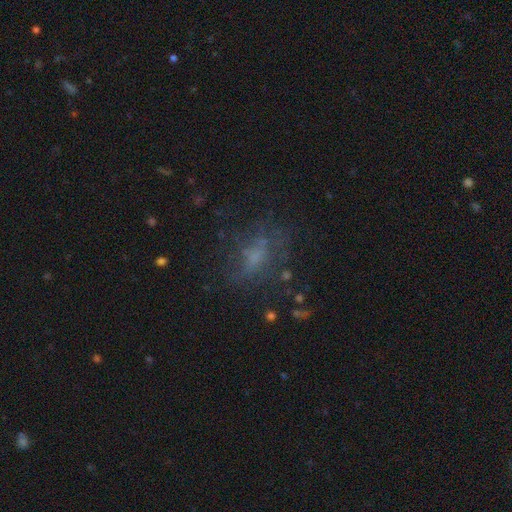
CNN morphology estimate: A smooth galaxy with no disk features (39%).

Vote fractions:
- Smooth or featured? smooth: 39% / featured or disk: 38% / star or artifact: 23%
- Merging? none: 56% / major disturbance: 22% / minor disturbance: 19% / merger: 3%